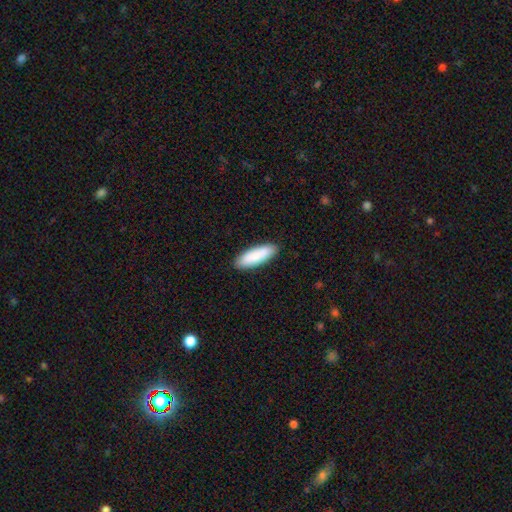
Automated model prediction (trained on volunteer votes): This is clearly a smooth galaxy (89%). How rounded: possibly in between (59%). Merging: clearly none (89%).